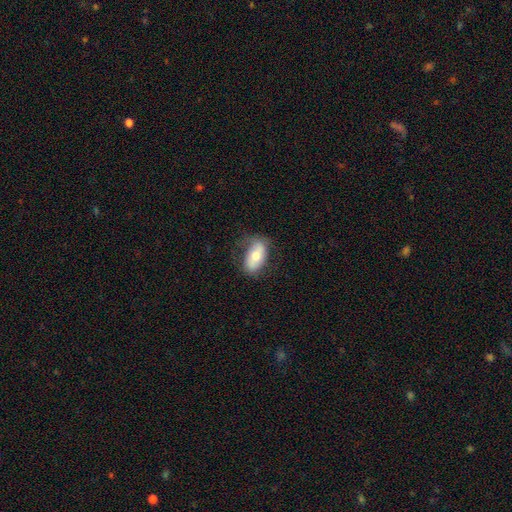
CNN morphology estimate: This is likely a smooth galaxy (63%). How rounded: clearly in between (90%). Merging: likely none (67%).